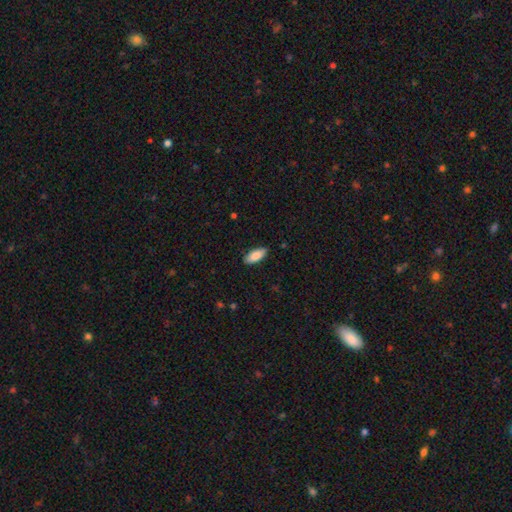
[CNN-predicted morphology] Overall: smooth (86%). How rounded: in between (80%). Merging: none (87%).